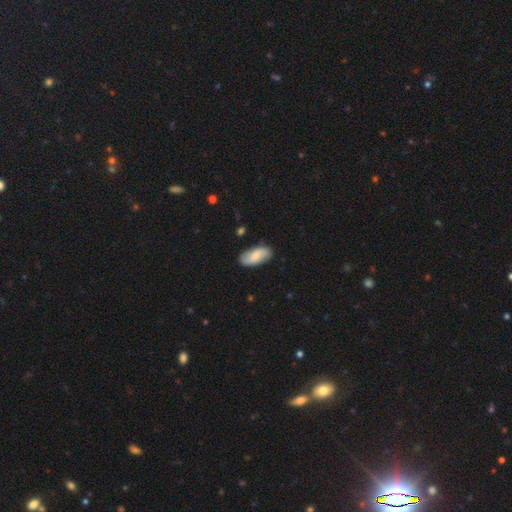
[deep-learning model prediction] A smooth galaxy with no disk features (65%) that is in between round and cigar-shaped (91%).

Vote fractions:
- Smooth or featured? smooth: 65% / featured or disk: 29% / star or artifact: 6%
- How rounded? in between: 91% / cigar-shaped: 7% / round: 2%
- Merging? none: 84% / minor disturbance: 12% / major disturbance: 2% / merger: 1%